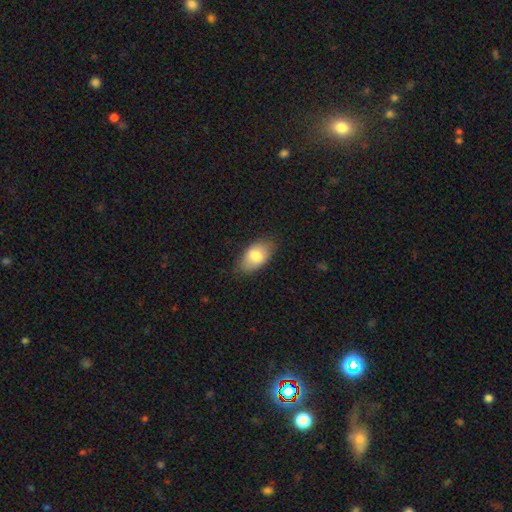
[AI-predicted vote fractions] Smooth or featured?
  - smooth: 80% *
  - featured or disk: 14%
  - star or artifact: 7%
How rounded?
  - in between: 93% *
  - round: 5%
  - cigar-shaped: 2%
Merging?
  - none: 79% *
  - minor disturbance: 17%
  - major disturbance: 3%
  - merger: 1%